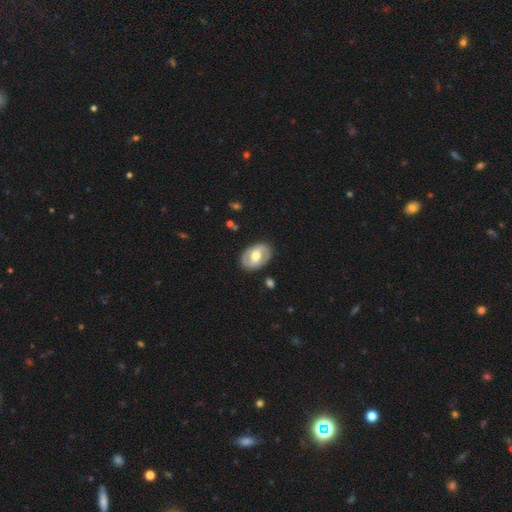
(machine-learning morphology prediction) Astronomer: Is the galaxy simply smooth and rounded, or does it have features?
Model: featured or disk — 65%.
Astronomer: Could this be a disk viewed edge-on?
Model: no — 95%.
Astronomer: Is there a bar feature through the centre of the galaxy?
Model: weak — 40% (runner-up: no, 33%).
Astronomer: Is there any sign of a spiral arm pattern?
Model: yes — 59% (runner-up: no, 41%).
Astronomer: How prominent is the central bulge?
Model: moderate — 75%.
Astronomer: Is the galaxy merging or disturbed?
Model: none — 85%.